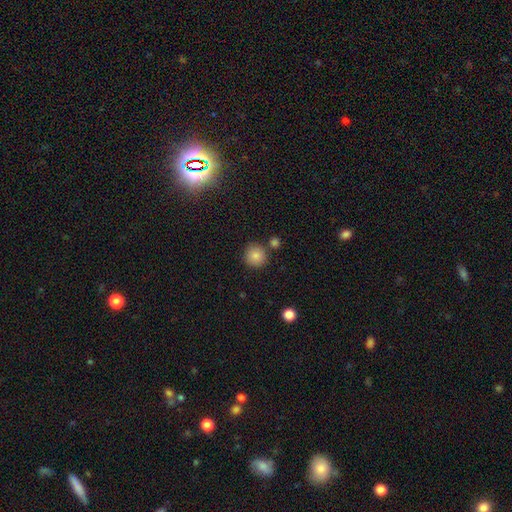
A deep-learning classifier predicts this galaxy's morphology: This appears to be a smooth galaxy with no disk features (85%) that is round (93%). Merging: none (81%).